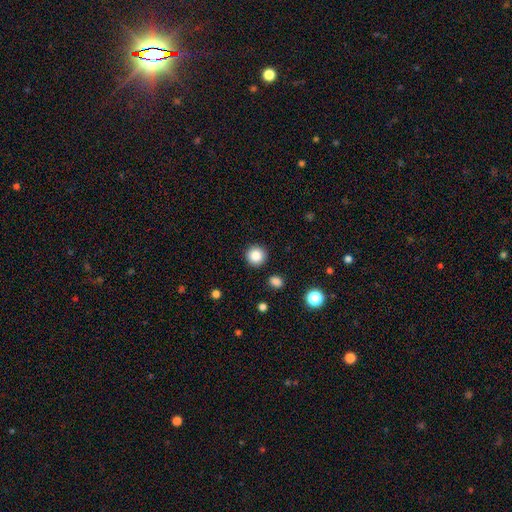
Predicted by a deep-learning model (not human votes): This appears to be a smooth galaxy with no disk features (86%) that is round (95%). Merging: none (90%).